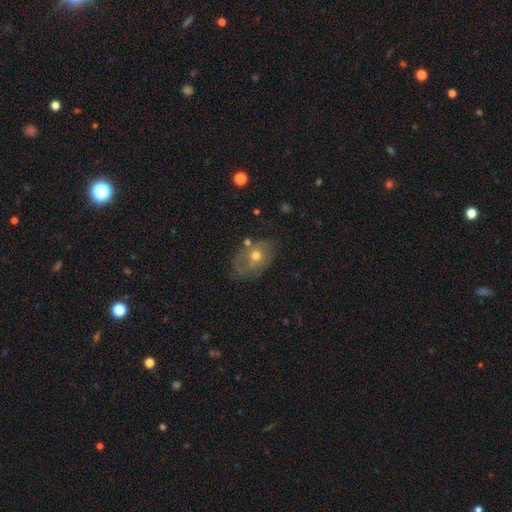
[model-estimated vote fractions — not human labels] Morphology: type=featured or disk (50%); merging=none (62%).